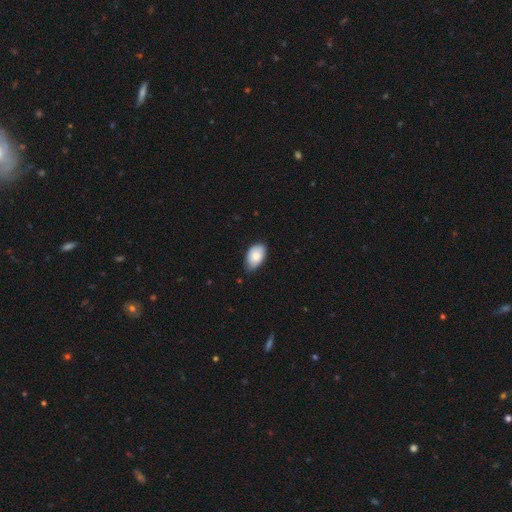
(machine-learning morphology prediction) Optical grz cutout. It shows a smooth galaxy with no disk features (79%) that is in between round and cigar-shaped (92%). Merging: none (60%).